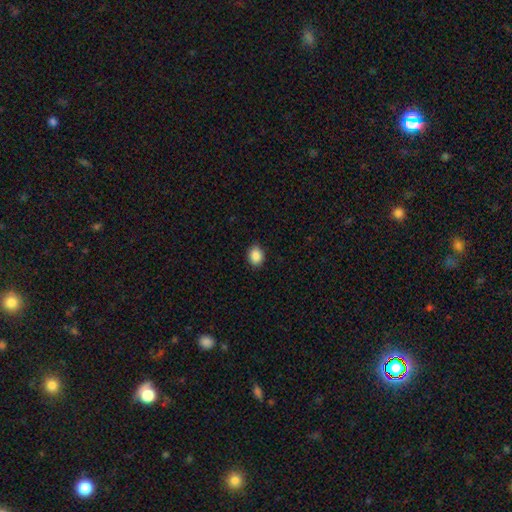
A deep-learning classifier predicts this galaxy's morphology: Smooth or featured? Predicted: smooth (p=0.87). How rounded? Predicted: in between (p=0.56). Merging? Predicted: none (p=0.89).